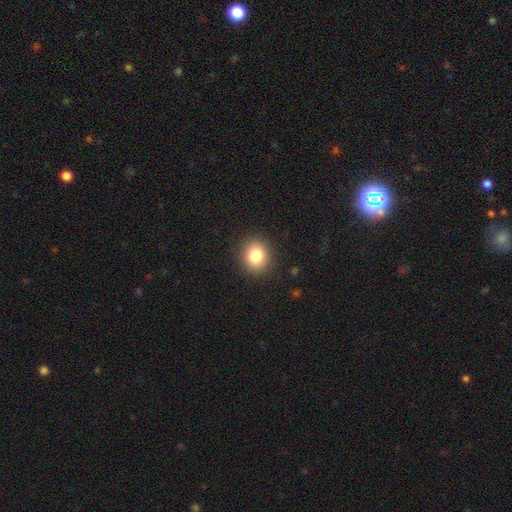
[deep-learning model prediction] Q: Smooth or featured?
A: smooth (82%); runner-up: star or artifact (10%)
Q: How rounded?
A: round (74%); runner-up: in between (25%)
Q: Merging?
A: none (90%); runner-up: minor disturbance (7%)